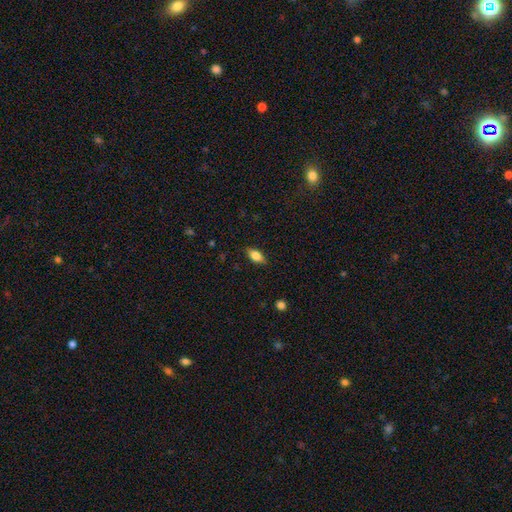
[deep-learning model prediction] This is likely a smooth galaxy (79%). How rounded: clearly in between (86%). Merging: clearly none (83%).